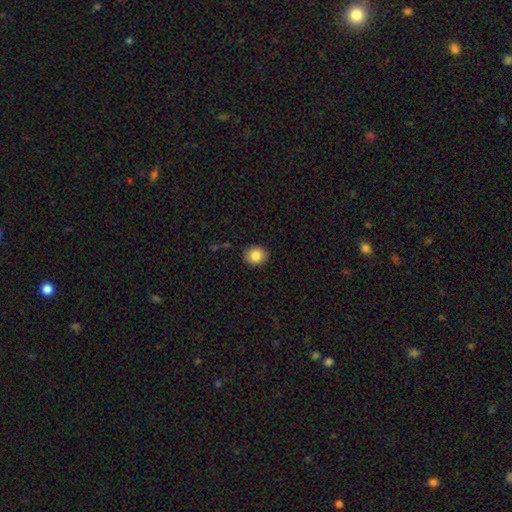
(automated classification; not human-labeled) smooth 86%, star or artifact 9%, featured or disk 6%. Down the decision tree: how rounded — round (80%); merging — none (90%).